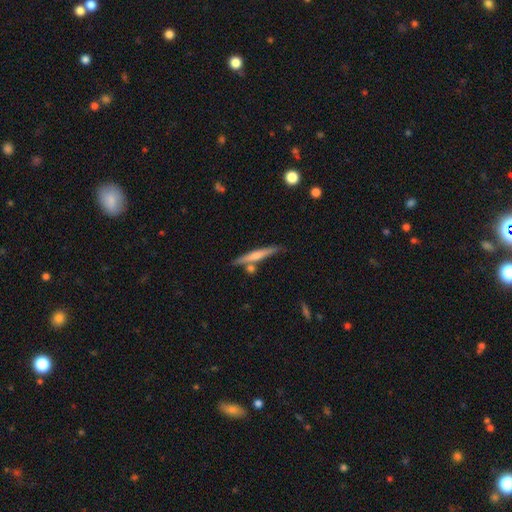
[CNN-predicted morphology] The model was most divided on "smooth or featured": smooth: 50%, featured or disk: 44%, star or artifact: 6%. More confident: how rounded — cigar-shaped (93%); merging — none (74%).